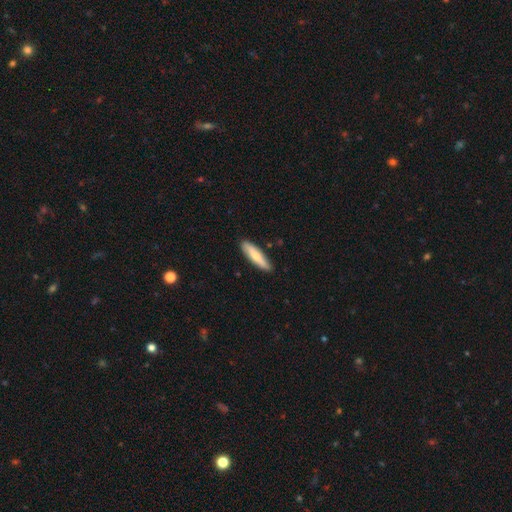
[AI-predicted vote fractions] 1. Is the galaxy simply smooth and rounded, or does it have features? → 71% smooth, 24% featured or disk, 5% star or artifact.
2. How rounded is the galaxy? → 77% cigar-shaped, 22% in between, 2% round.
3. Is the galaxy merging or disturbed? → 88% none, 9% minor disturbance, 2% major disturbance, 1% merger.